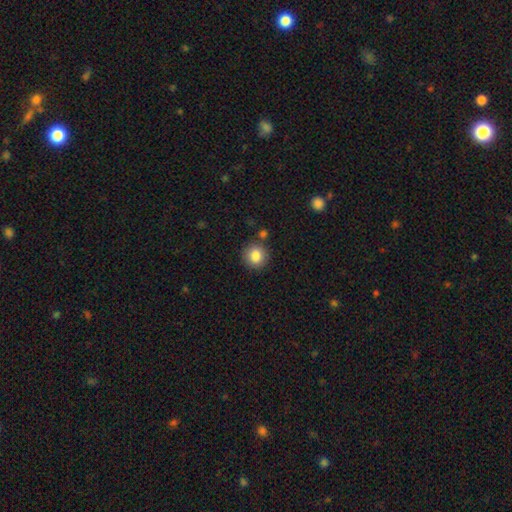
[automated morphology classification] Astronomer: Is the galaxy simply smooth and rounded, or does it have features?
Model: smooth — 85%.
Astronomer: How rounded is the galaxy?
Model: round — 90%.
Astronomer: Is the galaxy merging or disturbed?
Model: none — 84%.